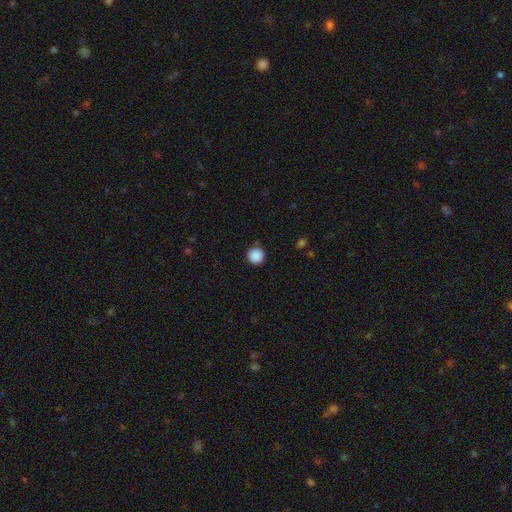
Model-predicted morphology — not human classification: Overall: smooth (88%). How rounded: round (96%). Merging: none (90%).